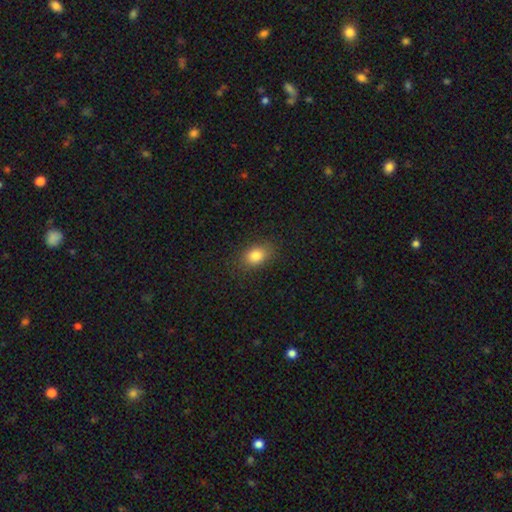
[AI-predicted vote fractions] Smooth or featured?
  - smooth: 82% *
  - star or artifact: 10%
  - featured or disk: 8%
How rounded?
  - in between: 74% *
  - round: 25%
  - cigar-shaped: 2%
Merging?
  - none: 85% *
  - minor disturbance: 11%
  - major disturbance: 3%
  - merger: 1%